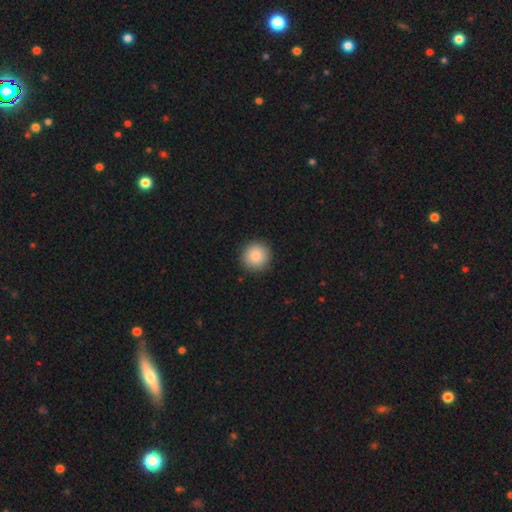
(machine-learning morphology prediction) The model was most divided on "smooth or featured": smooth: 88%, star or artifact: 8%, featured or disk: 4%. More confident: how rounded — round (95%); merging — none (92%).